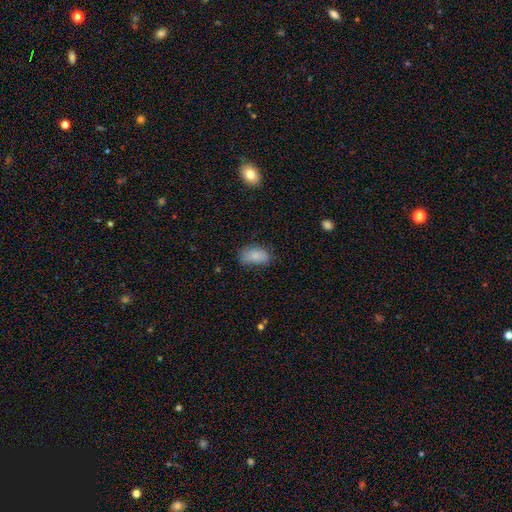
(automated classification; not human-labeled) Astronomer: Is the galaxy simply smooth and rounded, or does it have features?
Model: smooth — 82%.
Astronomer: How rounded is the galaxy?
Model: in between — 92%.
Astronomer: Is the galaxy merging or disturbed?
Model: none — 63%.